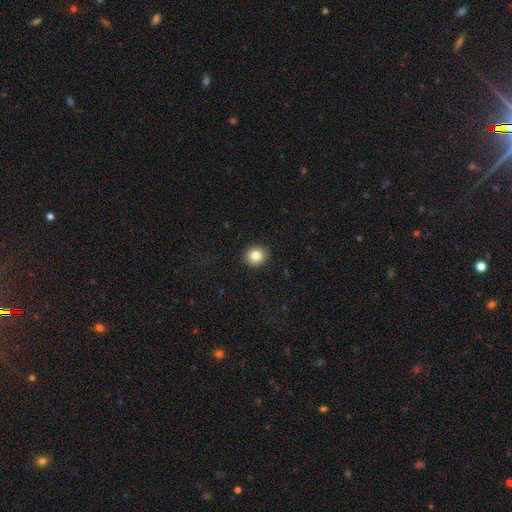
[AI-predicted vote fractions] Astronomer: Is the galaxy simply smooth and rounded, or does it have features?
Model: smooth — 83%.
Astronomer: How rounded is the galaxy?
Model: round — 88%.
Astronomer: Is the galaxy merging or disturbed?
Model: none — 92%.